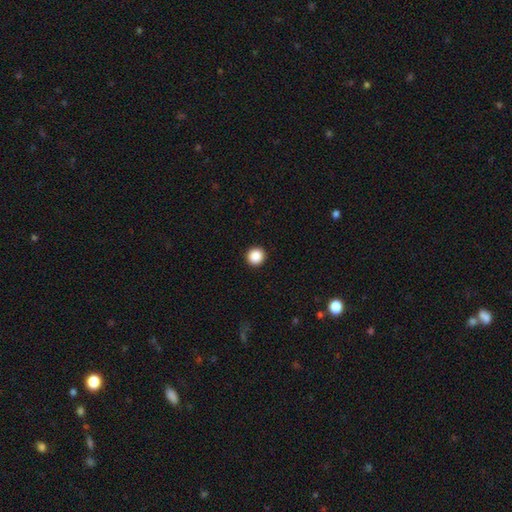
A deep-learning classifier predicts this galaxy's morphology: smooth_or_featured: smooth (p=0.88) [alt: star or artifact p=0.09]
how_rounded: round (p=0.94) [alt: in between p=0.05]
merging: none (p=0.93) [alt: minor disturbance p=0.04]